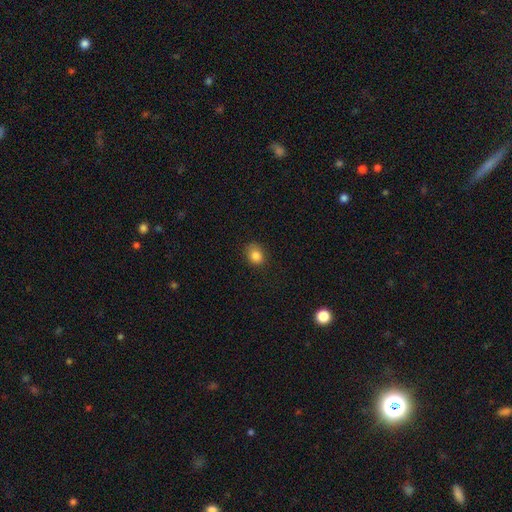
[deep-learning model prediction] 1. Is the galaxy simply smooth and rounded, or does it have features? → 83% smooth, 11% star or artifact, 6% featured or disk.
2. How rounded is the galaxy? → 54% round, 45% in between, 1% cigar-shaped.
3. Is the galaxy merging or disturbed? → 79% none, 16% minor disturbance, 4% major disturbance, 1% merger.